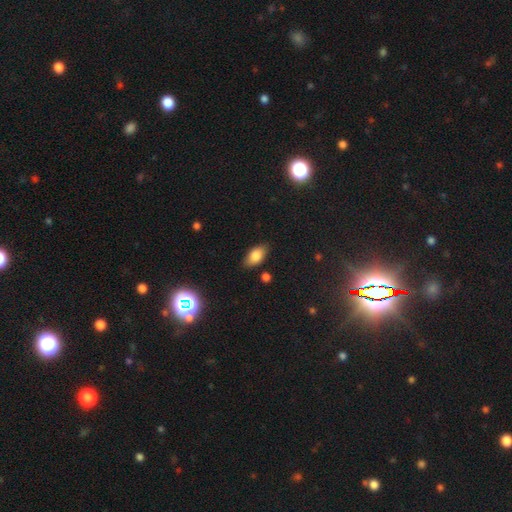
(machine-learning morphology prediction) Overall: smooth (81%). How rounded: in between (90%). Merging: none (82%).